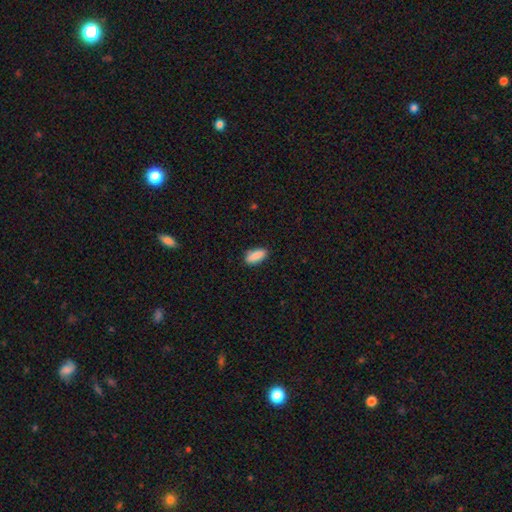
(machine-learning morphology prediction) The model was most divided on "how rounded": in between: 75%, cigar-shaped: 22%, round: 2%. More confident: smooth or featured — smooth (87%); merging — none (84%).